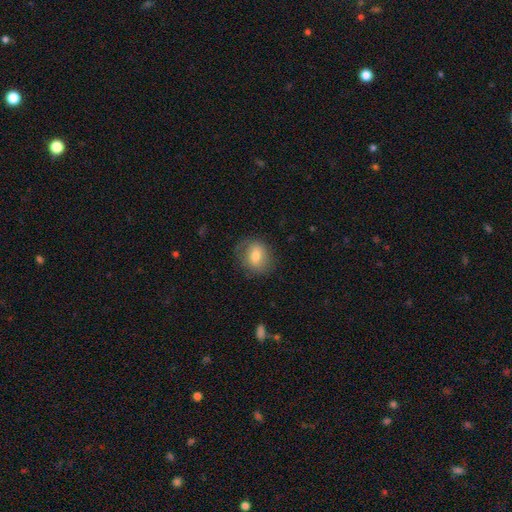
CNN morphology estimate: A smooth galaxy with no disk features (69%) that is round (65%). Merging: none (75%).